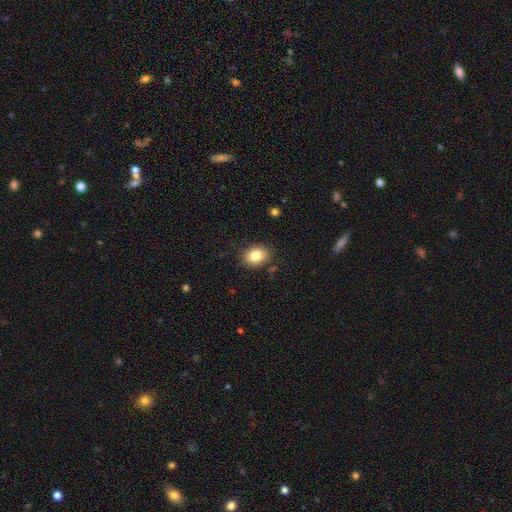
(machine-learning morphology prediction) This appears to be a smooth galaxy with no disk features (83%) that is in between round and cigar-shaped (62%). Merging: none (85%).